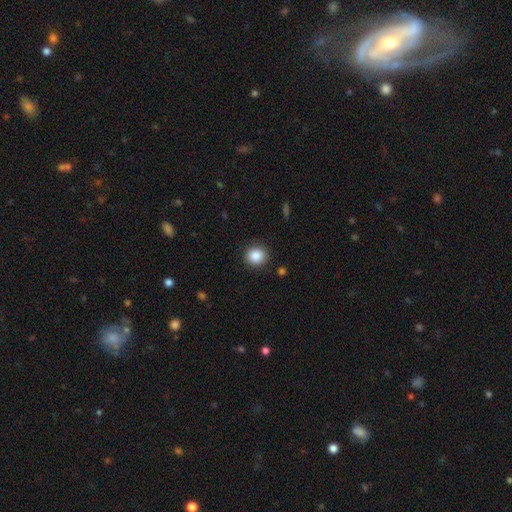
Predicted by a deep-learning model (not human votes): A smooth galaxy with no disk features (86%) that is round (83%). Merging: none (88%).